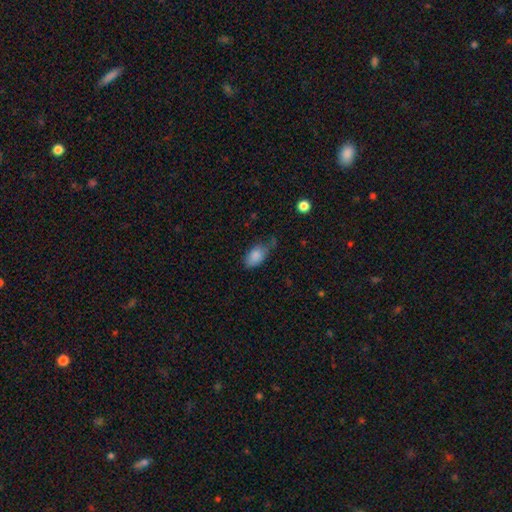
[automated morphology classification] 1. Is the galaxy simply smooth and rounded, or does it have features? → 85% smooth, 8% star or artifact, 7% featured or disk.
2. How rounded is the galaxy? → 91% in between, 7% round, 2% cigar-shaped.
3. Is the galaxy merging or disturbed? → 51% none, 35% minor disturbance, 10% major disturbance, 4% merger.